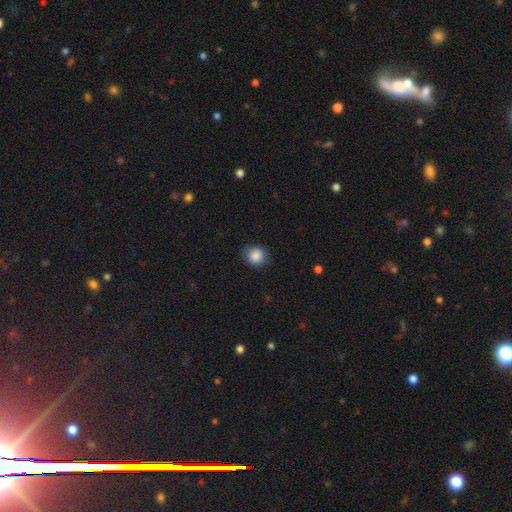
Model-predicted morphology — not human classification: Smooth or featured?
  - smooth: 87% *
  - star or artifact: 9%
  - featured or disk: 4%
How rounded?
  - round: 80% *
  - in between: 19%
  - cigar-shaped: 1%
Merging?
  - none: 83% *
  - minor disturbance: 13%
  - major disturbance: 3%
  - merger: 1%